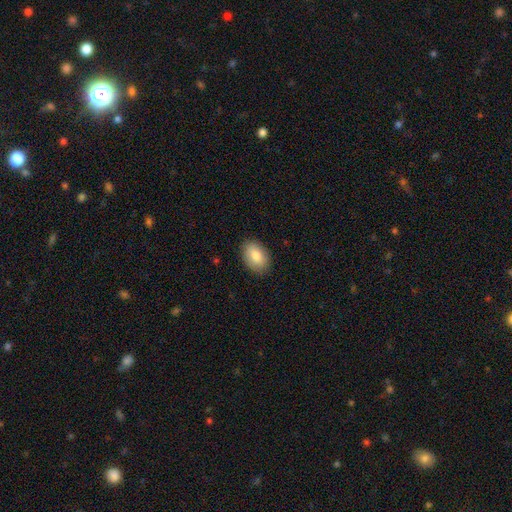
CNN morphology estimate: A smooth galaxy with no disk features (84%) that is in between round and cigar-shaped (90%). Merging: none (87%).